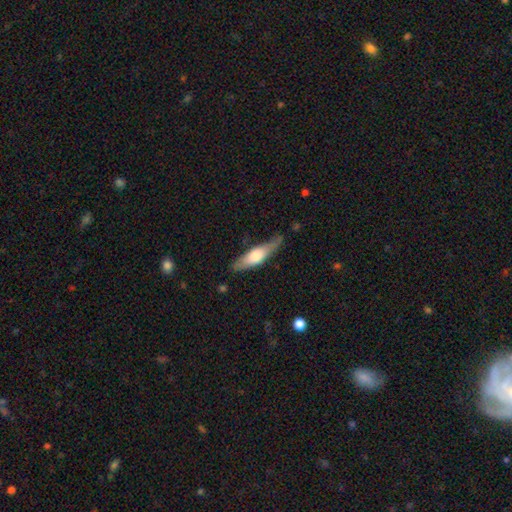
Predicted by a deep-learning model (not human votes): smooth_or_featured: smooth (p=0.48) [alt: featured or disk p=0.47]
merging: none (p=0.74) [alt: minor disturbance p=0.19]